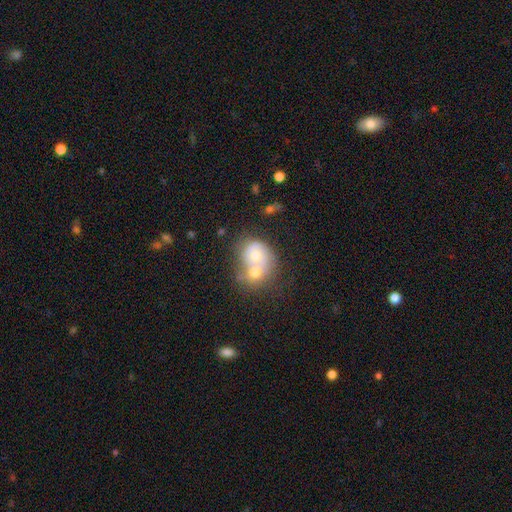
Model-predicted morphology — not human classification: Smooth or featured?
  - smooth: 50% *
  - featured or disk: 42%
  - star or artifact: 8%
How rounded?
  - round: 61% *
  - in between: 38%
  - cigar-shaped: 1%
Merging?
  - merger: 72% *
  - none: 15%
  - minor disturbance: 7%
  - major disturbance: 5%